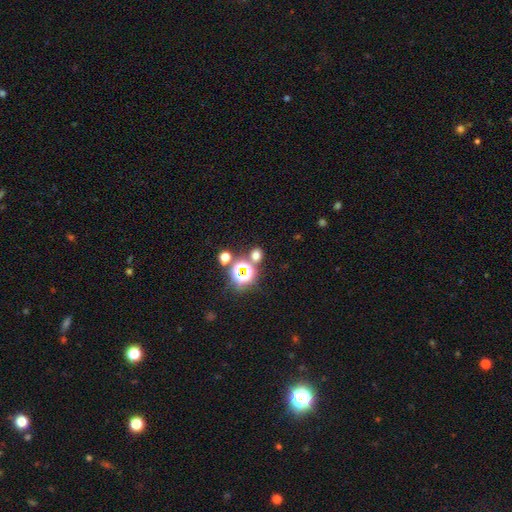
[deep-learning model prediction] Morphology: type=smooth (56%); roundness=round (78%); merging=none (74%).